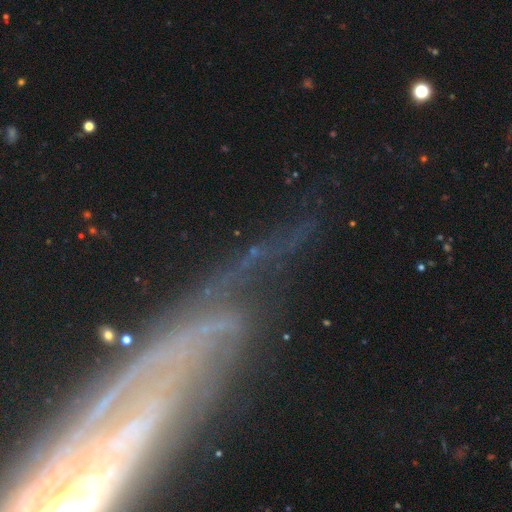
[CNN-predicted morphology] smooth_or_featured: featured or disk (p=0.65) [alt: star or artifact p=0.21]
disk_edge_on: no (p=0.65) [alt: yes p=0.35]
merging: none (p=0.63) [alt: minor disturbance p=0.16]